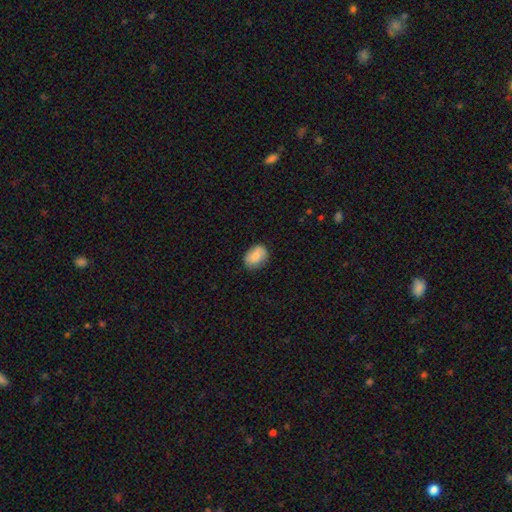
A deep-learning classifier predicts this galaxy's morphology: A smooth galaxy with no disk features (81%) that is in between round and cigar-shaped (69%).

Vote fractions:
- Smooth or featured? smooth: 81% / featured or disk: 12% / star or artifact: 7%
- How rounded? in between: 69% / round: 30% / cigar-shaped: 1%
- Merging? none: 76% / minor disturbance: 19% / major disturbance: 4% / merger: 1%